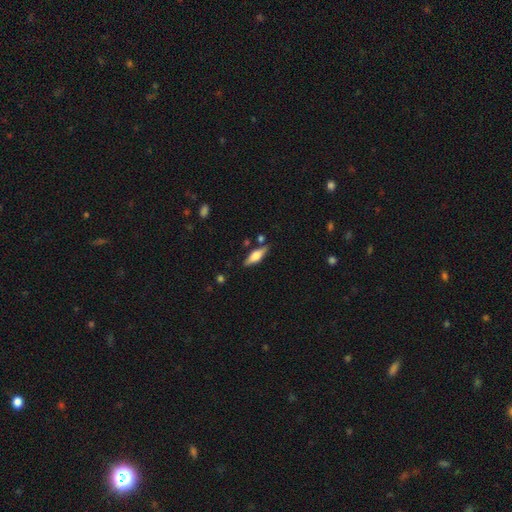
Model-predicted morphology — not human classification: Smooth or featured? featured or disk (48%)
Merging? none (82%)